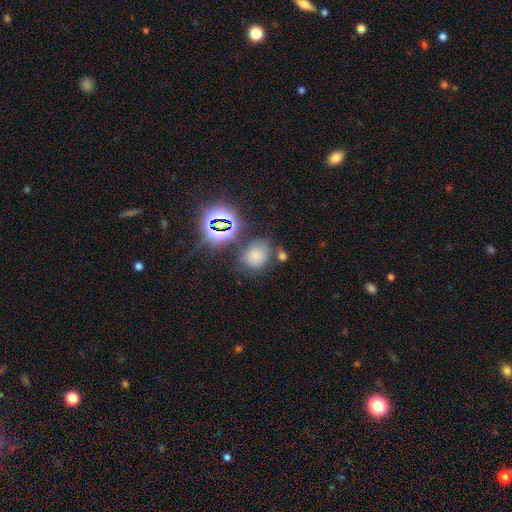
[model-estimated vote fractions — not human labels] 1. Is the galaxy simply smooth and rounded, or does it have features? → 63% smooth, 27% star or artifact, 10% featured or disk.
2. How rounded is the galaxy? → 56% round, 42% in between, 1% cigar-shaped.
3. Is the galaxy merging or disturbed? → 64% none, 18% minor disturbance, 11% merger, 7% major disturbance.